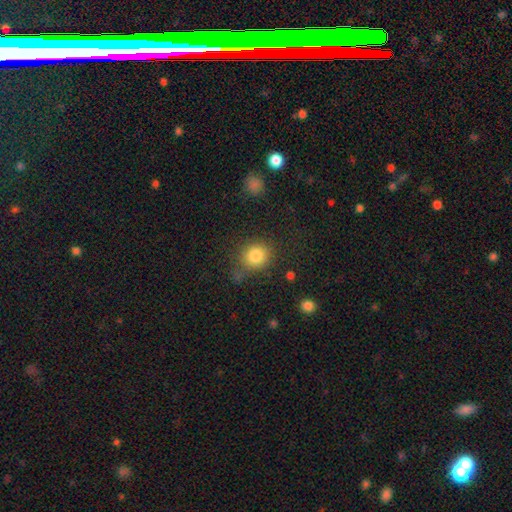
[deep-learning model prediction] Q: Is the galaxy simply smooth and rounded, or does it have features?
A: smooth — 83%.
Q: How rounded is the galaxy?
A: round — 79%.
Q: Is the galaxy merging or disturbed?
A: none — 69%.